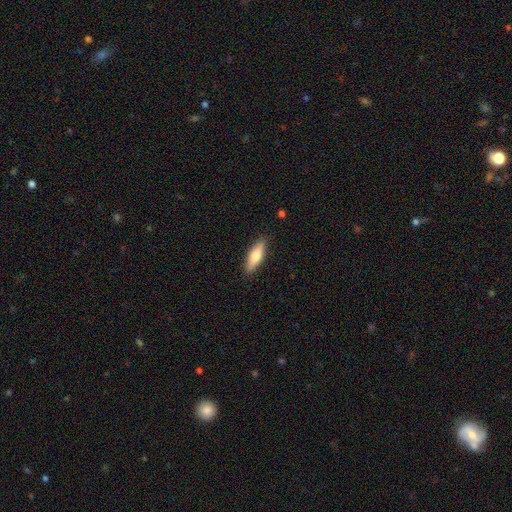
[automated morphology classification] A smooth galaxy with no disk features (67%) that is cigar-shaped (50%).

Vote fractions:
- Smooth or featured? smooth: 67% / featured or disk: 27% / star or artifact: 6%
- How rounded? cigar-shaped: 50% / in between: 48% / round: 2%
- Merging? none: 88% / minor disturbance: 9% / major disturbance: 2% / merger: 1%